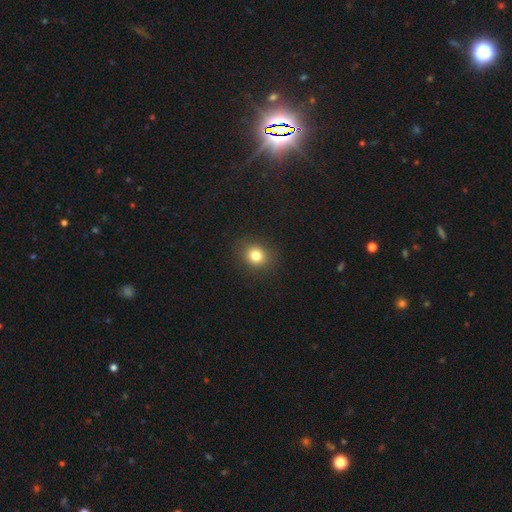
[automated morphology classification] Smooth or featured: smooth — 81% (star or artifact — 12%)
How rounded: round — 75% (in between — 24%)
Merging: none — 88% (minor disturbance — 8%)